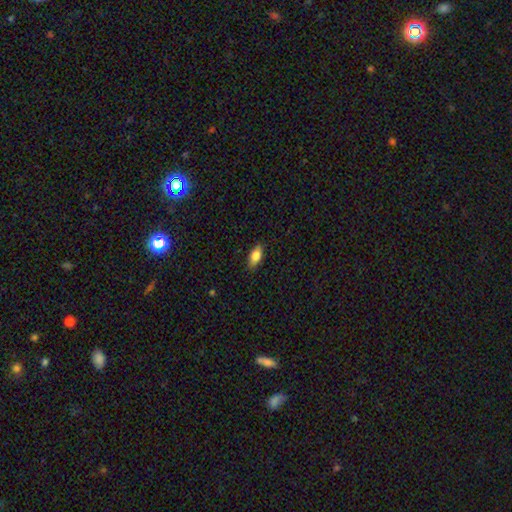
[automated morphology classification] smooth-or-featured: smooth: 78% | featured or disk: 15% | star or artifact: 7%
  how-rounded: in between: 85% | cigar-shaped: 12% | round: 4%
  merging: none: 87% | minor disturbance: 10% | major disturbance: 2% | merger: 1%